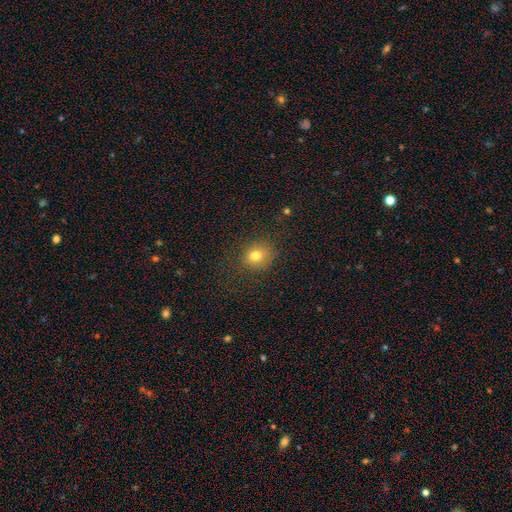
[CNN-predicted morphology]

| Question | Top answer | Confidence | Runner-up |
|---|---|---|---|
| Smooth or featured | smooth | 76% | star or artifact (16%) |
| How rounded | round | 73% | in between (26%) |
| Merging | none | 81% | minor disturbance (12%) |